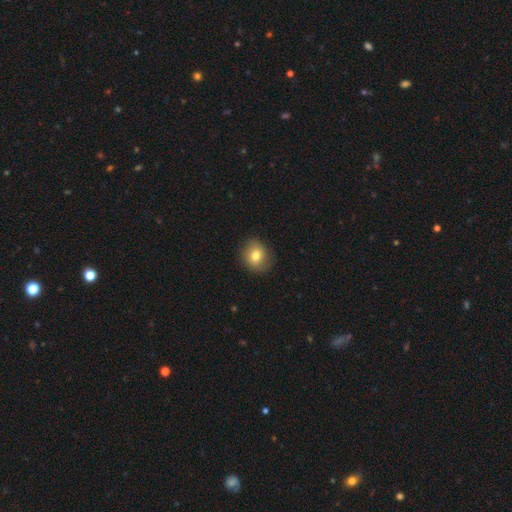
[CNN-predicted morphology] Smooth or featured: smooth — 75% (featured or disk — 16%)
How rounded: round — 73% (in between — 26%)
Merging: none — 83% (minor disturbance — 12%)